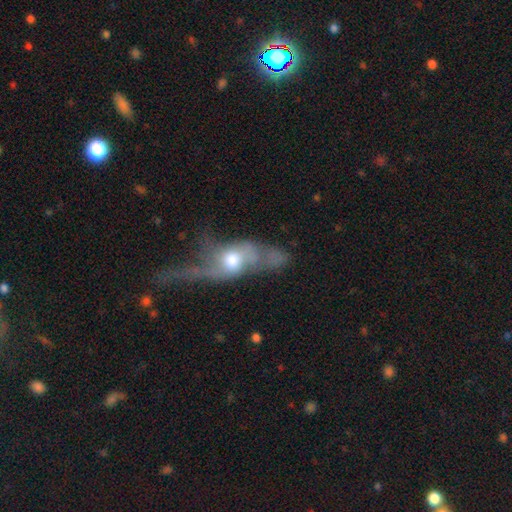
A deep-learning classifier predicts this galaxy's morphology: A featured or disk galaxy (70%). Merging: major disturbance (38%).